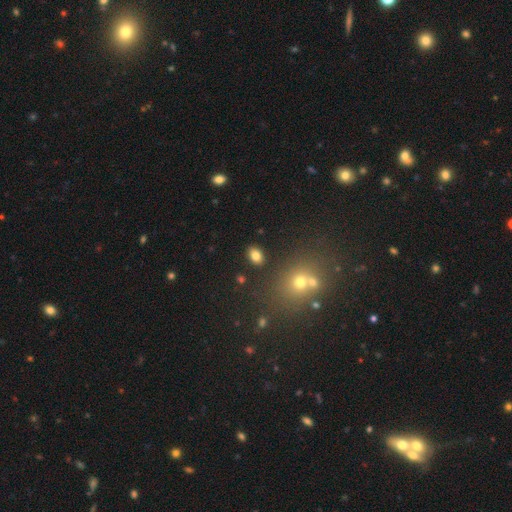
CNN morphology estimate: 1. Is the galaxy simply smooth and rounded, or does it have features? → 81% smooth, 11% star or artifact, 8% featured or disk.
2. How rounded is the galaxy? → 76% in between, 23% round, 1% cigar-shaped.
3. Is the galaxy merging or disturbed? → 85% none, 8% minor disturbance, 4% merger, 3% major disturbance.